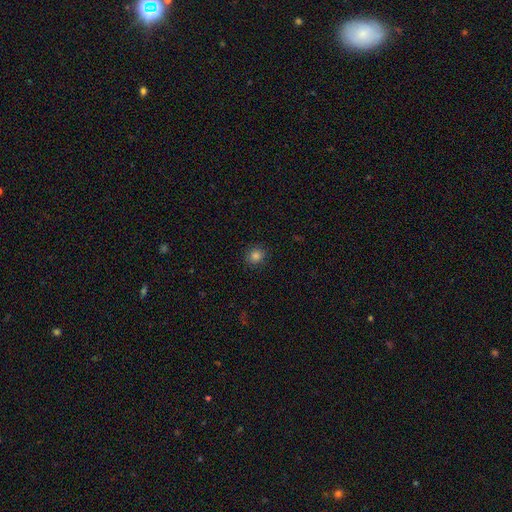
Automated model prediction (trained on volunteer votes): Morphology: type=smooth (83%); roundness=round (83%); merging=none (90%).